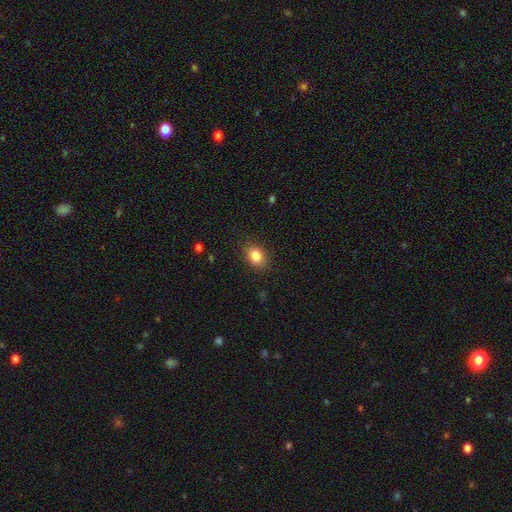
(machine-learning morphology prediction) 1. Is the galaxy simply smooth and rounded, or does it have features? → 85% smooth, 9% star or artifact, 6% featured or disk.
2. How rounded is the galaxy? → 68% in between, 31% round, 1% cigar-shaped.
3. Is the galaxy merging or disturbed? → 87% none, 9% minor disturbance, 2% major disturbance, 1% merger.